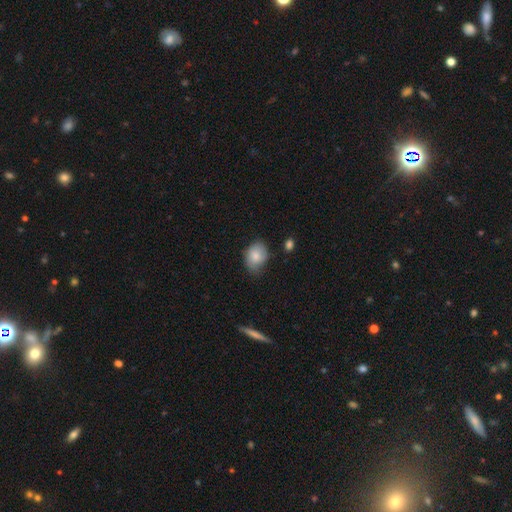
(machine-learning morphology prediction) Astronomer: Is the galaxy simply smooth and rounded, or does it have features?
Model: smooth — 79%.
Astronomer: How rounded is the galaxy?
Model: in between — 67%.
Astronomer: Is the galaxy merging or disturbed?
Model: none — 59%.